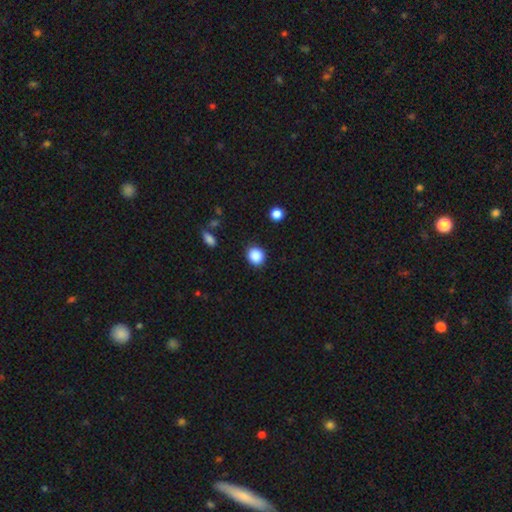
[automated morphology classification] Q: Smooth or featured?
A: smooth (88%); runner-up: star or artifact (9%)
Q: How rounded?
A: round (83%); runner-up: in between (16%)
Q: Merging?
A: none (89%); runner-up: minor disturbance (7%)